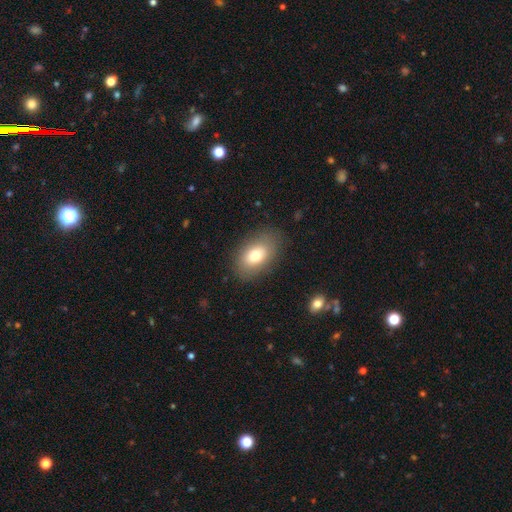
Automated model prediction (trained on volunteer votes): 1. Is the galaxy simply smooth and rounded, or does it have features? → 76% smooth, 16% featured or disk, 9% star or artifact.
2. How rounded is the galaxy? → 87% in between, 12% round, 1% cigar-shaped.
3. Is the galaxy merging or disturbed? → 83% none, 12% minor disturbance, 4% major disturbance, 1% merger.